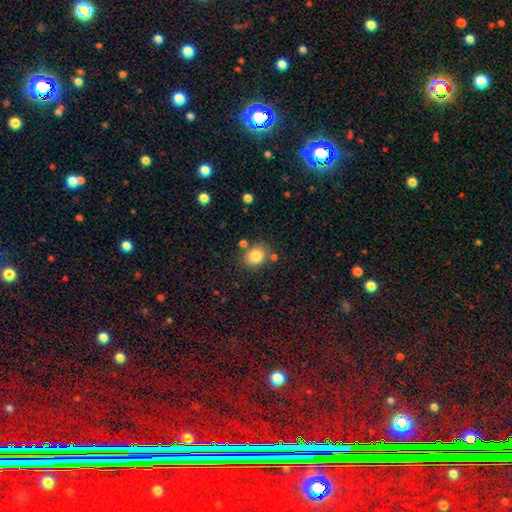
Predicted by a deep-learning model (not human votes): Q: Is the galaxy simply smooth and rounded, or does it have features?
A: smooth — 82%.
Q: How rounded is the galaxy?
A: round — 57%.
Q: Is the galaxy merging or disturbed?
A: none — 78%.